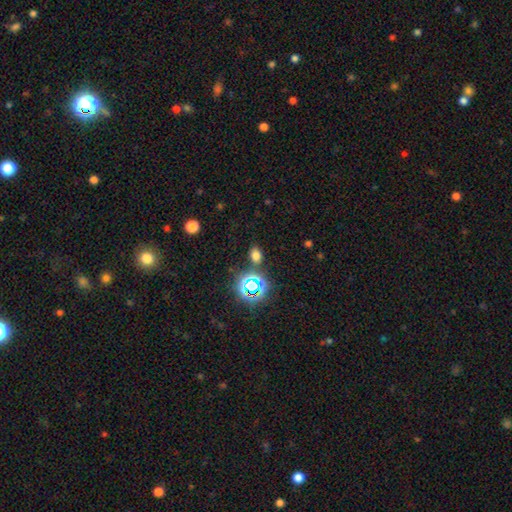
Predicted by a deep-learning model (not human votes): This is likely a smooth galaxy (65%). How rounded: likely in between (72%). Merging: clearly none (82%).